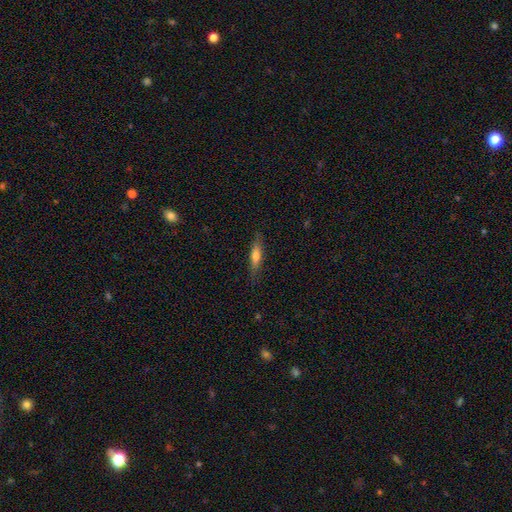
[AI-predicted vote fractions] Smooth or featured? Predicted: smooth (p=0.61). How rounded? Predicted: cigar-shaped (p=0.74). Merging? Predicted: none (p=0.83).